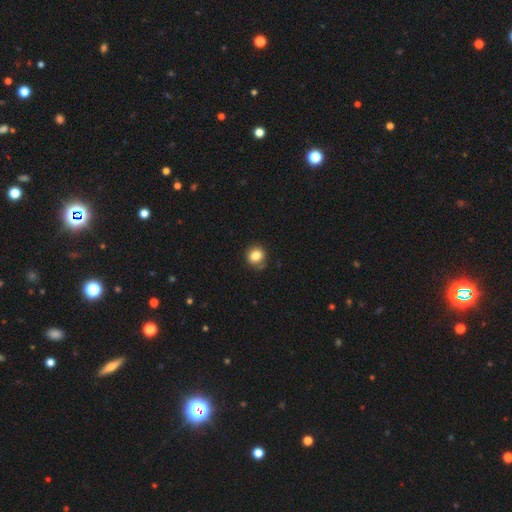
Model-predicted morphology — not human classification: Overall: smooth (83%). How rounded: round (84%). Merging: none (78%).